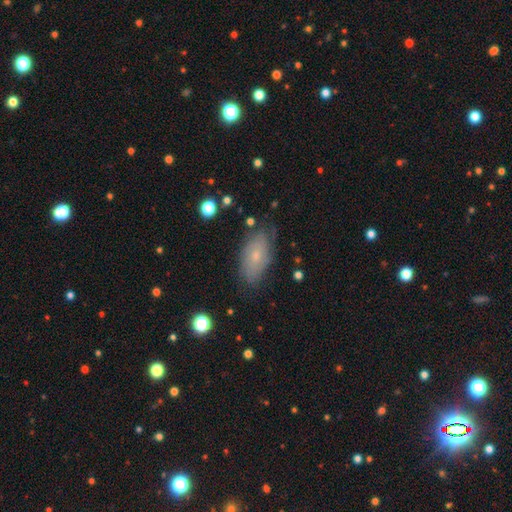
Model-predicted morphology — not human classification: A smooth galaxy with no disk features (60%) that is in between round and cigar-shaped (90%).

Vote fractions:
- Smooth or featured? smooth: 60% / featured or disk: 31% / star or artifact: 10%
- How rounded? in between: 90% / cigar-shaped: 6% / round: 4%
- Merging? none: 75% / minor disturbance: 19% / major disturbance: 5% / merger: 2%